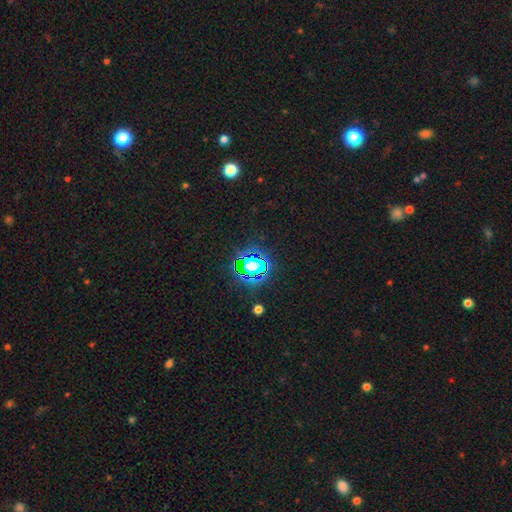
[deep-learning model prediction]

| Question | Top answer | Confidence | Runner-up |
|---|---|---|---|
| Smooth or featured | star or artifact | 81% | smooth (12%) |